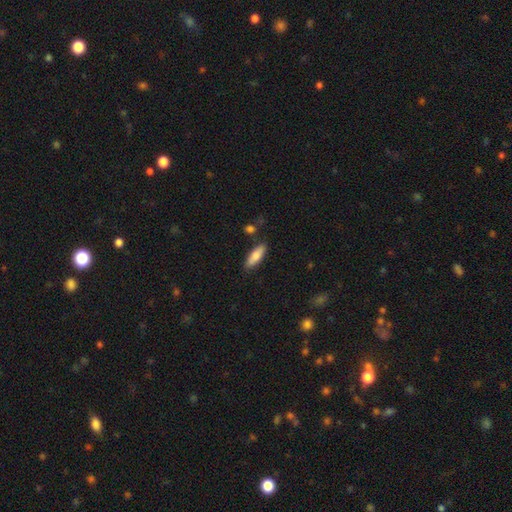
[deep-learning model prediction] smooth-or-featured: smooth: 80% | featured or disk: 14% | star or artifact: 6%
  how-rounded: in between: 59% | cigar-shaped: 39% | round: 2%
  merging: none: 82% | minor disturbance: 12% | merger: 4% | major disturbance: 2%